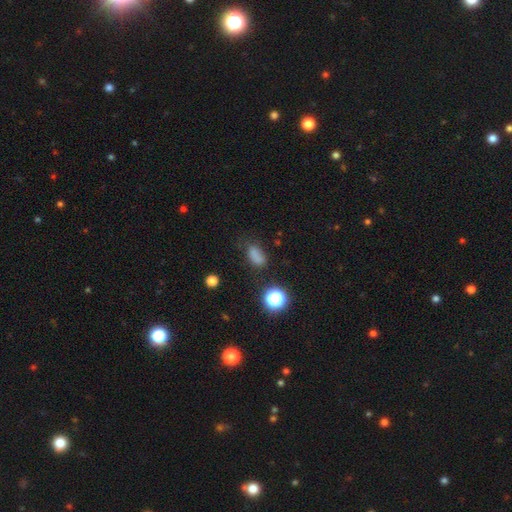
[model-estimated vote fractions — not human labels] Smooth or featured? Predicted: smooth (p=0.75). How rounded? Predicted: in between (p=0.82). Merging? Predicted: none (p=0.62).